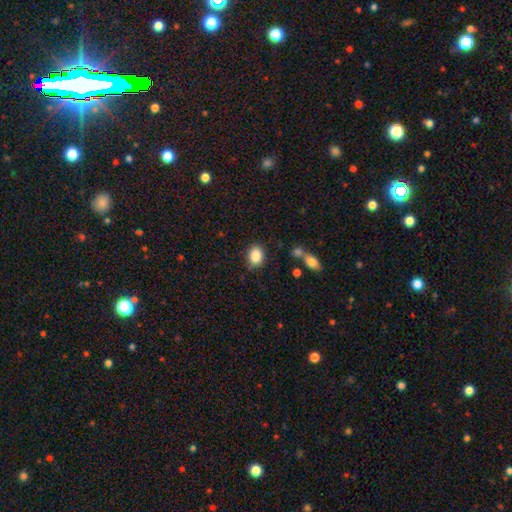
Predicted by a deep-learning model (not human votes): Smooth or featured?
  - smooth: 87% *
  - star or artifact: 8%
  - featured or disk: 5%
How rounded?
  - in between: 66% *
  - round: 32%
  - cigar-shaped: 1%
Merging?
  - none: 79% *
  - minor disturbance: 14%
  - merger: 4%
  - major disturbance: 4%